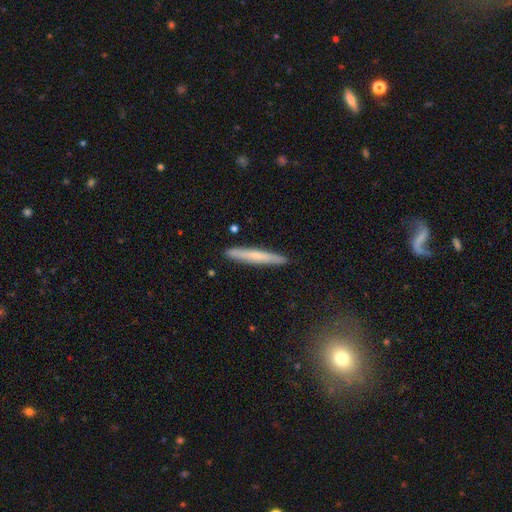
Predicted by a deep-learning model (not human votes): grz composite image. It shows a smooth galaxy with no disk features (55%) that is cigar-shaped (96%). Merging: none (90%).